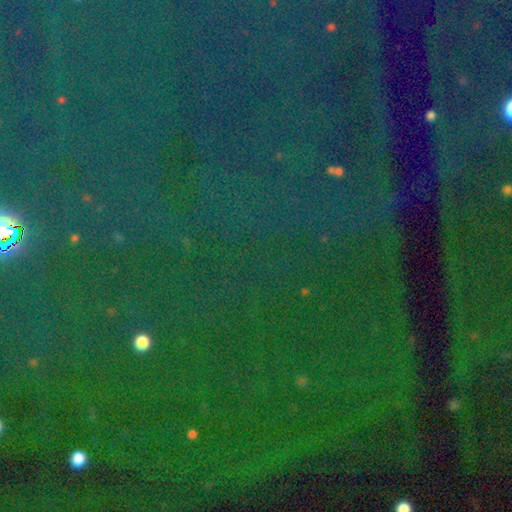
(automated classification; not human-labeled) smooth_or_featured: star or artifact (p=0.85) [alt: smooth p=0.09]